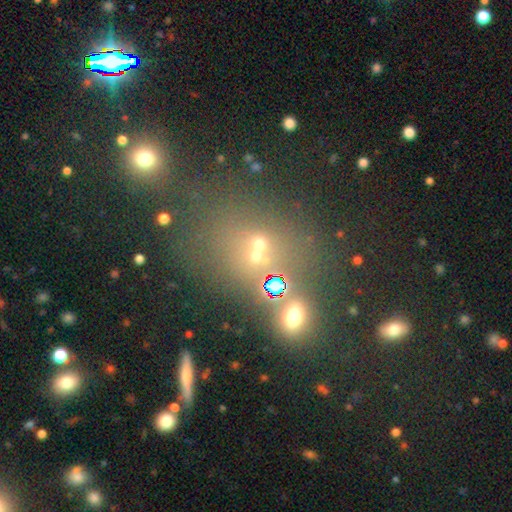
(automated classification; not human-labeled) Morphology: type=smooth (45%); merging=none (48%).